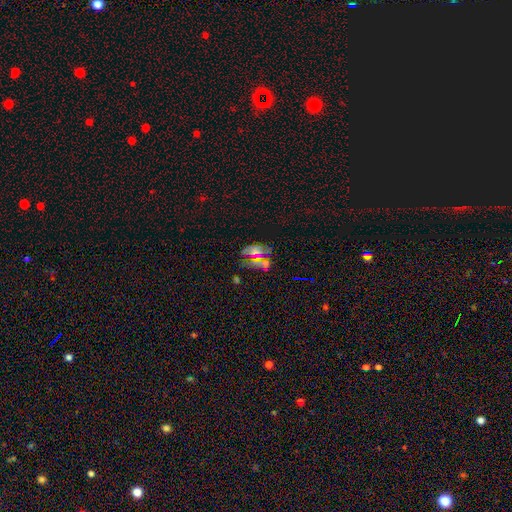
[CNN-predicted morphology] This appears to be a featured or disk galaxy (38%, tied with smooth). Merging: none (36%).